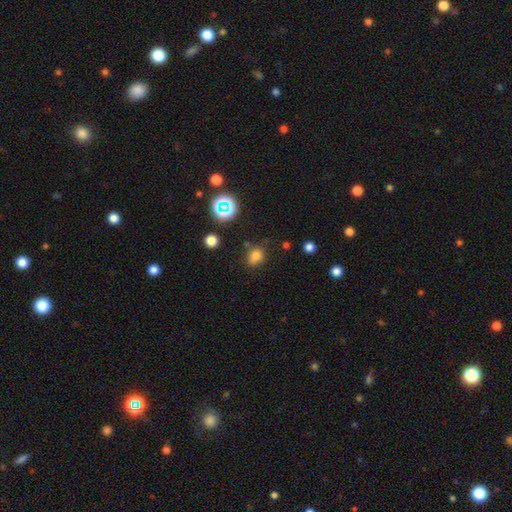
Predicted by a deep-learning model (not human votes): smooth-or-featured: smooth: 73% | star or artifact: 19% | featured or disk: 7%
  how-rounded: round: 57% | in between: 42% | cigar-shaped: 1%
  merging: none: 71% | minor disturbance: 18% | merger: 6% | major disturbance: 5%